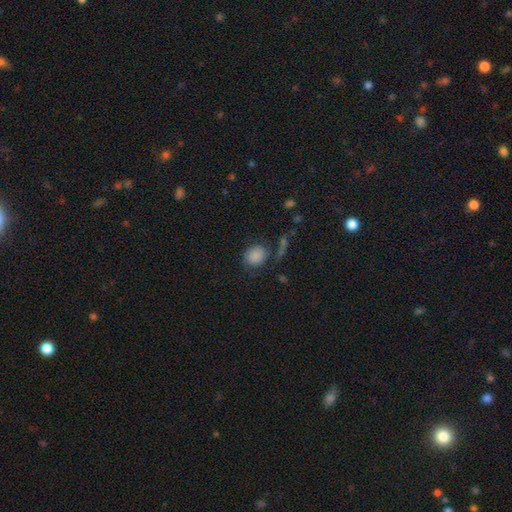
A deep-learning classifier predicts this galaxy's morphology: This appears to be a smooth galaxy with no disk features (76%) that is round (67%). Merging: none (54%).